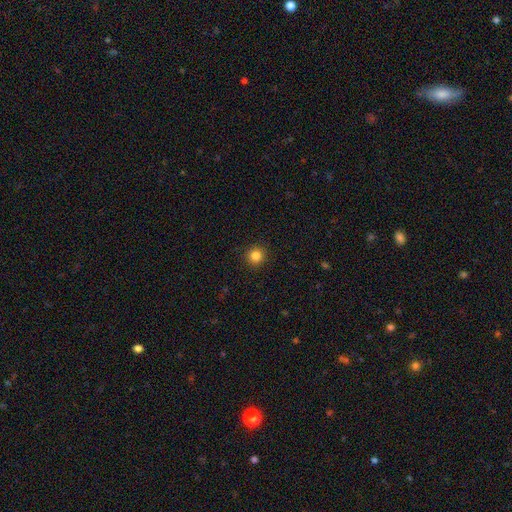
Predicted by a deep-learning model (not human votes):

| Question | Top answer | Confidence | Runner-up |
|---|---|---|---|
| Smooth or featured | smooth | 84% | star or artifact (12%) |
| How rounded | round | 94% | in between (5%) |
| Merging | none | 92% | minor disturbance (5%) |